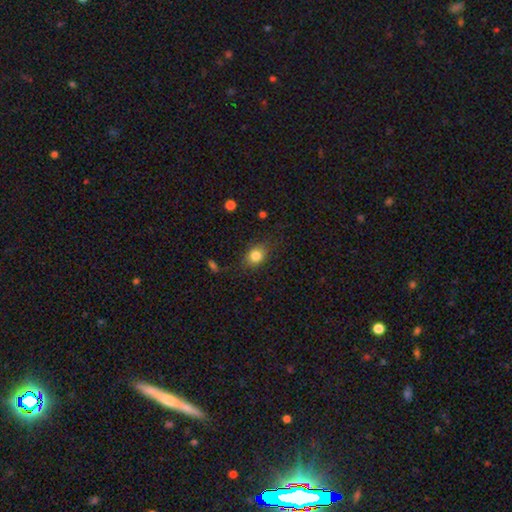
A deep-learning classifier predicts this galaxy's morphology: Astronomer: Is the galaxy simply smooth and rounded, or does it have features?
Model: smooth — 82%.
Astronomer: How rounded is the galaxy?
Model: in between — 56% (runner-up: round, 42%).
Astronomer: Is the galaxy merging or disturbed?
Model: none — 79%.